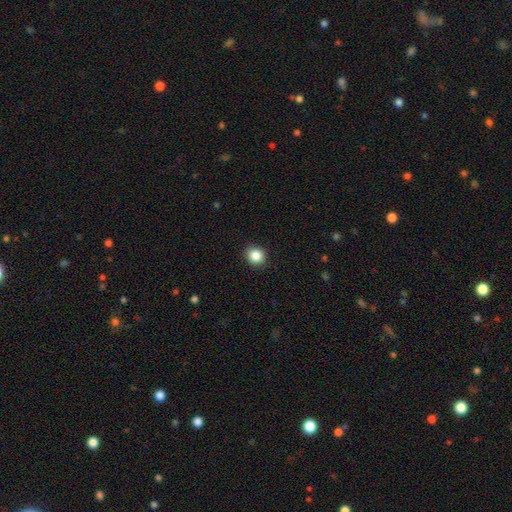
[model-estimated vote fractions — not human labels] Q: Smooth or featured?
A: smooth (86%); runner-up: star or artifact (10%)
Q: How rounded?
A: round (80%); runner-up: in between (19%)
Q: Merging?
A: none (91%); runner-up: minor disturbance (6%)